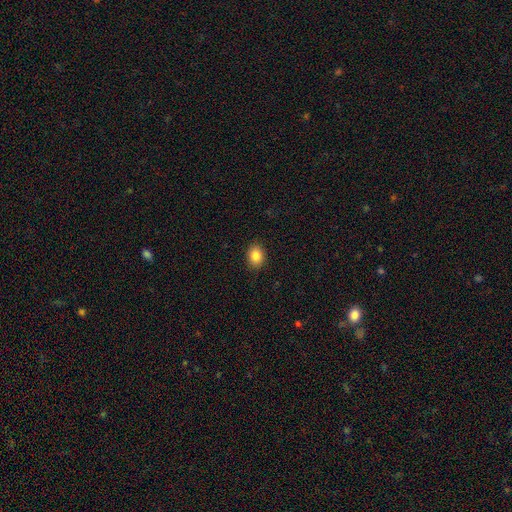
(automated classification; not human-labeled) This appears to be a smooth galaxy with no disk features (86%) that is in between round and cigar-shaped (62%). Merging: none (89%).